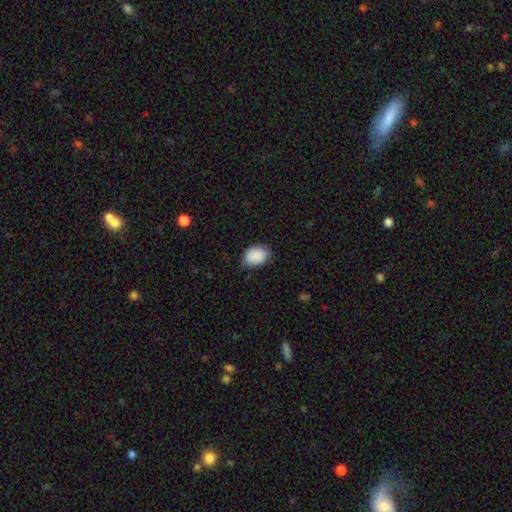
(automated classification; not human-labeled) Morphology: type=smooth (90%); roundness=in between (82%); merging=none (80%).